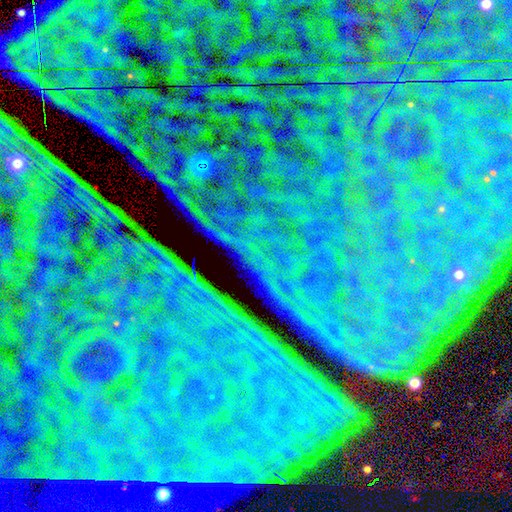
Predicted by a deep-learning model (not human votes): star or artifact 87%, featured or disk 7%, smooth 6%.